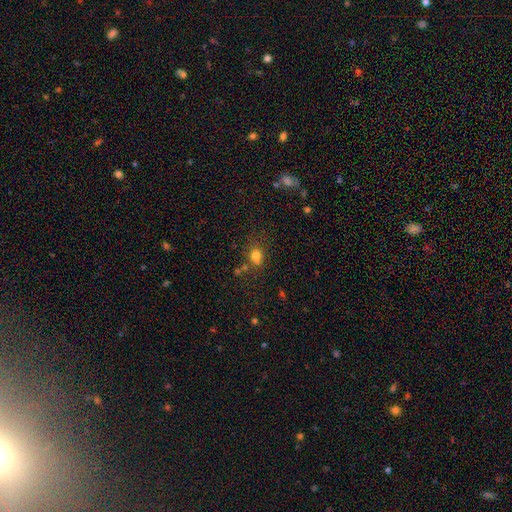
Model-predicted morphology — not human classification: A smooth galaxy with no disk features (77%) that is round (53%). Merging: none (60%).